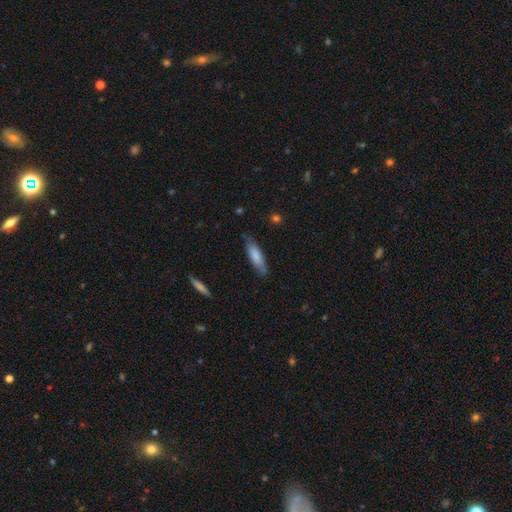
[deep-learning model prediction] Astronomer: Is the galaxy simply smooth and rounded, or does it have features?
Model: smooth — 77%.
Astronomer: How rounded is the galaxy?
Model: cigar-shaped — 56% (runner-up: in between, 43%).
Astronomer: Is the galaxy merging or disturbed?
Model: none — 79%.